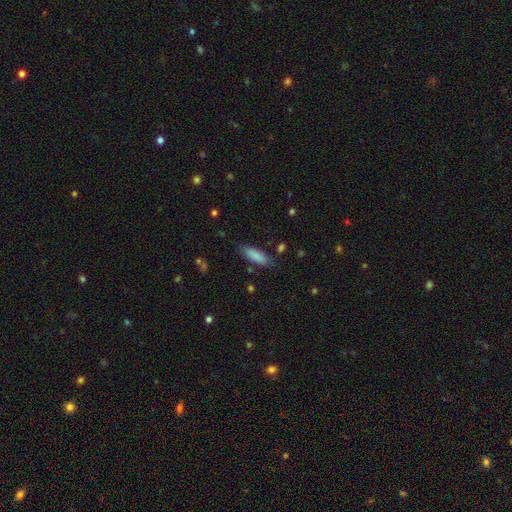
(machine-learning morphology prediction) Smooth or featured? Predicted: smooth (p=0.87). How rounded? Predicted: in between (p=0.59). Merging? Predicted: none (p=0.81).